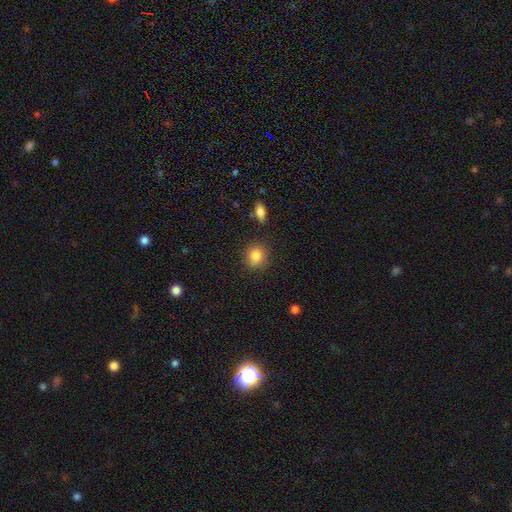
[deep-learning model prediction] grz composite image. It shows a smooth galaxy with no disk features (84%) that is round (77%). Merging: none (83%).